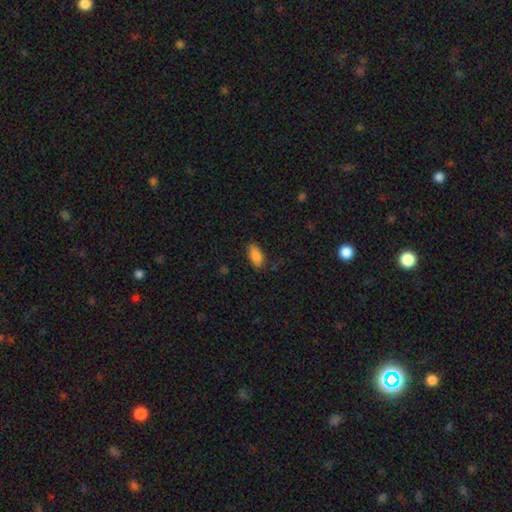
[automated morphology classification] smooth-or-featured: smooth: 84% | featured or disk: 8% | star or artifact: 8%
  how-rounded: in between: 89% | cigar-shaped: 8% | round: 3%
  merging: none: 79% | minor disturbance: 16% | major disturbance: 4% | merger: 1%